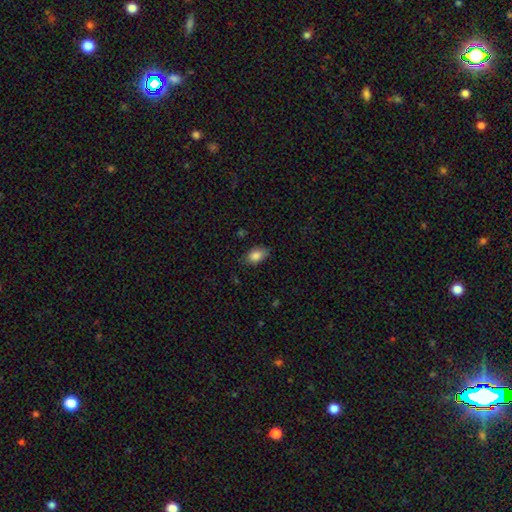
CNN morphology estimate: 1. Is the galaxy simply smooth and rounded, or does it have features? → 87% smooth, 8% star or artifact, 5% featured or disk.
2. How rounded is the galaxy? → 87% in between, 12% round, 2% cigar-shaped.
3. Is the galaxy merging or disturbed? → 79% none, 17% minor disturbance, 4% major disturbance, 1% merger.